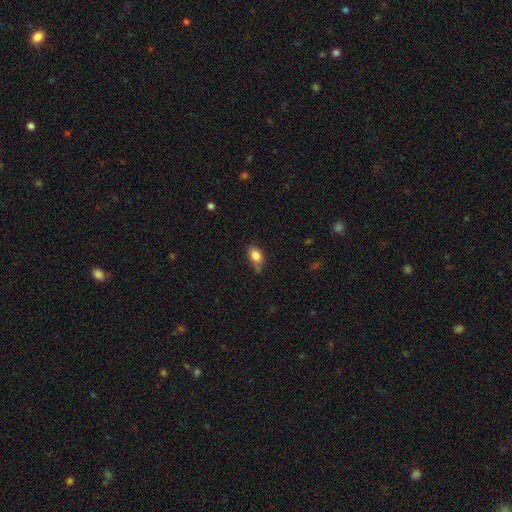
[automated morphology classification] smooth-or-featured: smooth: 84% | star or artifact: 8% | featured or disk: 8%
  how-rounded: in between: 85% | round: 12% | cigar-shaped: 2%
  merging: none: 58% | minor disturbance: 32% | major disturbance: 6% | merger: 4%